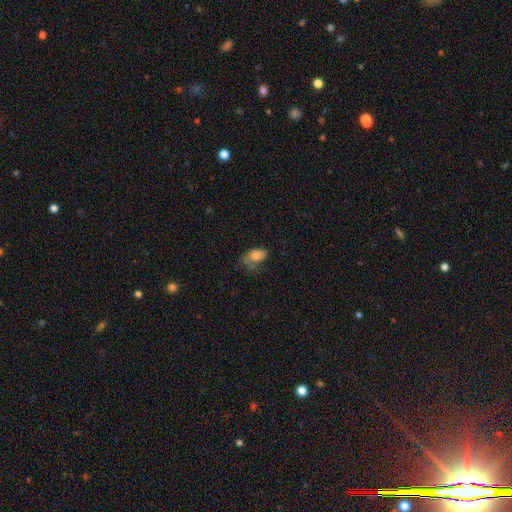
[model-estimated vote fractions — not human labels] The model was most divided on "merging": minor disturbance: 34%, major disturbance: 33%, none: 30%, merger: 3%. More confident: how rounded — in between (87%); smooth or featured — smooth (74%).